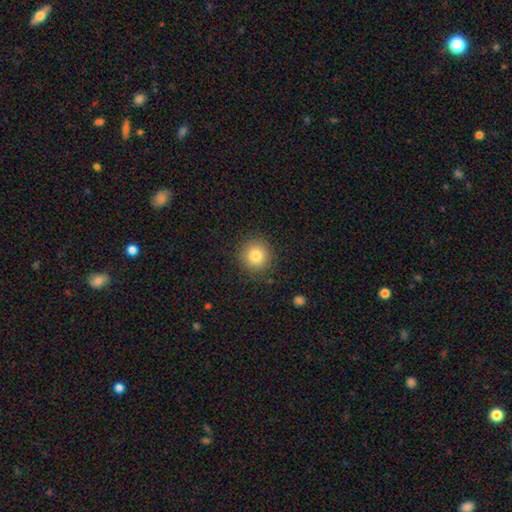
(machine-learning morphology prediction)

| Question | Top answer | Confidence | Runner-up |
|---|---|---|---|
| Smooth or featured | smooth | 82% | star or artifact (11%) |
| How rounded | round | 93% | in between (6%) |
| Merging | none | 89% | minor disturbance (7%) |